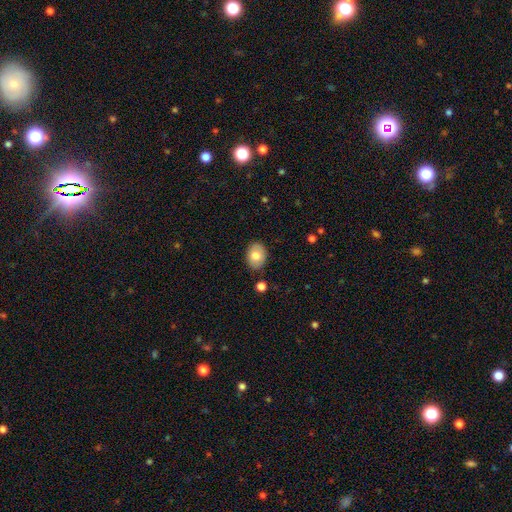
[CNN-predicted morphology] Smooth or featured? Predicted: smooth (p=0.77). How rounded? Predicted: in between (p=0.73). Merging? Predicted: none (p=0.85).